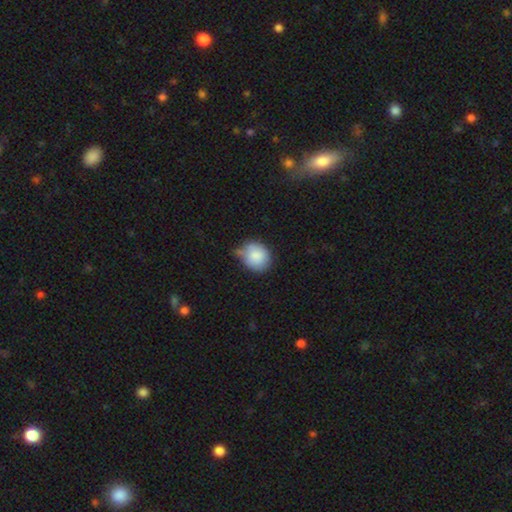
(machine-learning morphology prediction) Overall: smooth (84%). How rounded: round (76%). Merging: none (47%; minor disturbance 37%).